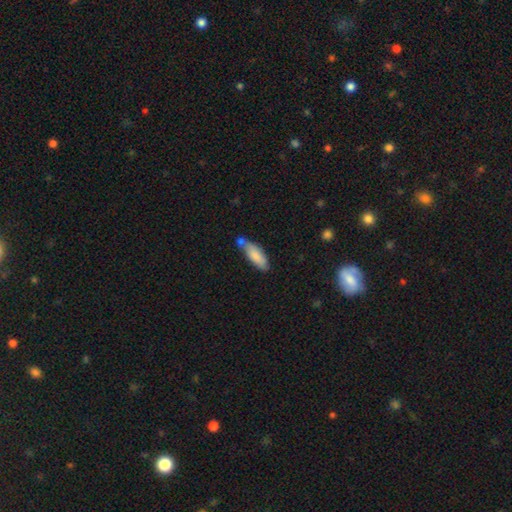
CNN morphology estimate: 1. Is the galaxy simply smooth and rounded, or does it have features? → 81% smooth, 12% featured or disk, 6% star or artifact.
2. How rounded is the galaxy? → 56% in between, 42% cigar-shaped, 2% round.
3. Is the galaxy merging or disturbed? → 44% none, 25% minor disturbance, 24% merger, 7% major disturbance.